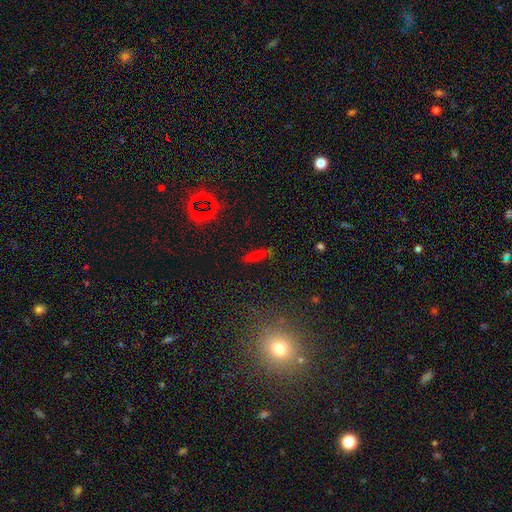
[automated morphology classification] A smooth galaxy with no disk features (58%) that is cigar-shaped (61%).

Vote fractions:
- Smooth or featured? smooth: 58% / star or artifact: 24% / featured or disk: 18%
- How rounded? cigar-shaped: 61% / in between: 34% / round: 5%
- Merging? none: 78% / minor disturbance: 14% / major disturbance: 4% / merger: 3%